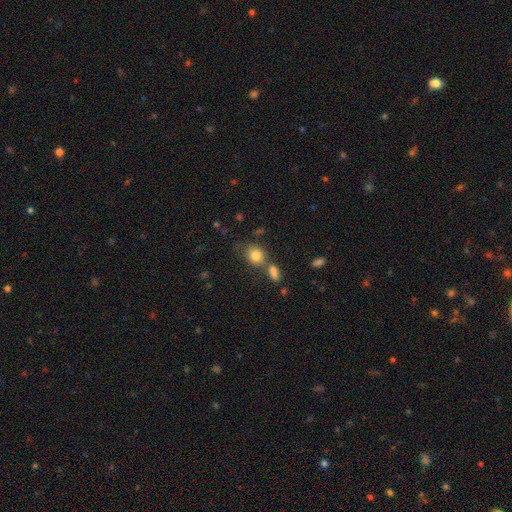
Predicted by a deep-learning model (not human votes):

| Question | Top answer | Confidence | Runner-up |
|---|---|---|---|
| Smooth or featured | smooth | 81% | star or artifact (10%) |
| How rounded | round | 58% | in between (40%) |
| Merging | none | 49% | merger (31%) |